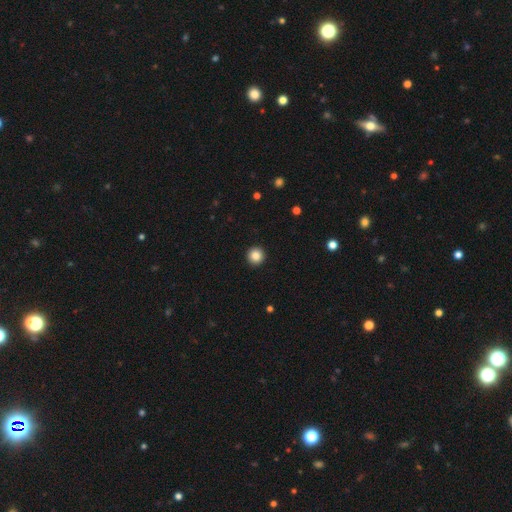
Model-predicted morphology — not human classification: smooth-or-featured: smooth: 86% | star or artifact: 10% | featured or disk: 4%
  how-rounded: round: 96% | in between: 3% | cigar-shaped: 1%
  merging: none: 94% | minor disturbance: 4% | major disturbance: 1% | merger: 1%